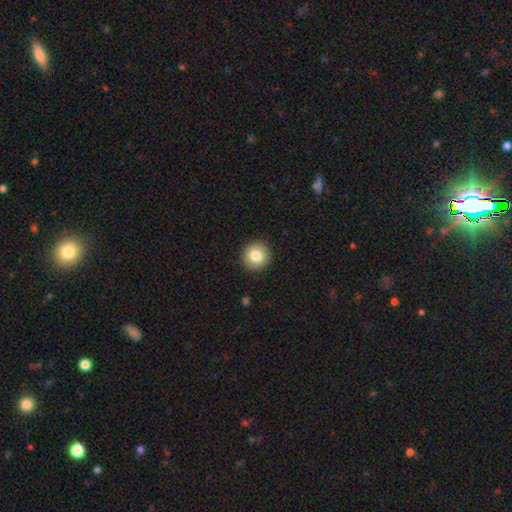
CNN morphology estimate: Smooth or featured: smooth — 81% (featured or disk — 10%)
How rounded: round — 93% (in between — 6%)
Merging: none — 92% (minor disturbance — 5%)